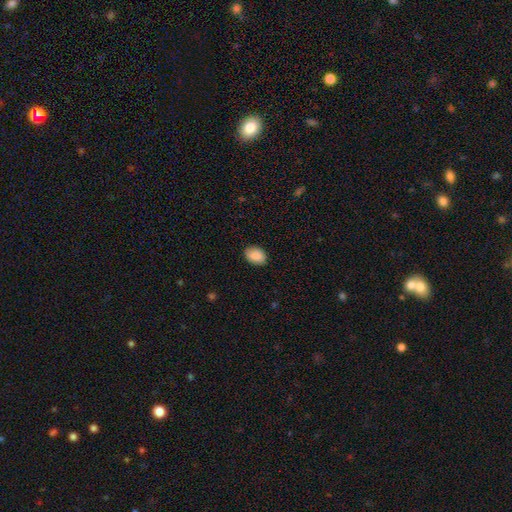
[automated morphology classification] smooth_or_featured: smooth (p=0.86) [alt: star or artifact p=0.07]
how_rounded: in between (p=0.76) [alt: round p=0.23]
merging: none (p=0.86) [alt: minor disturbance p=0.11]